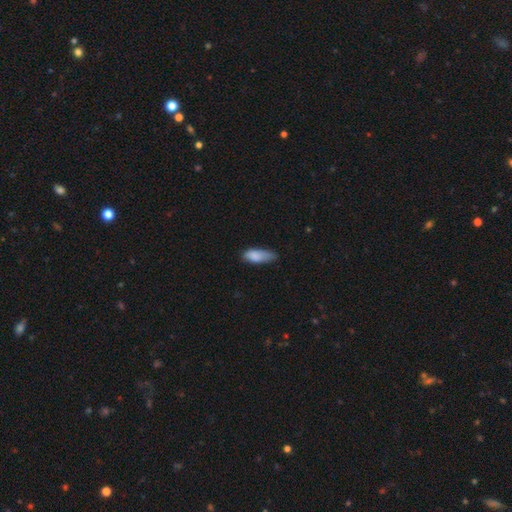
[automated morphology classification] This is clearly a smooth galaxy (83%). How rounded: likely in between (71%). Merging: possibly none (45%).